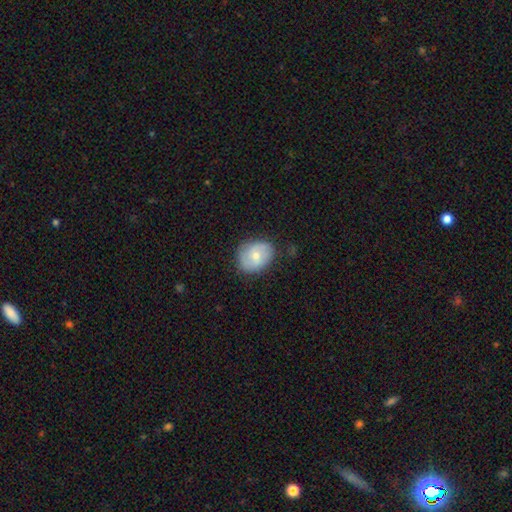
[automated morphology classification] smooth-or-featured: smooth: 60% | featured or disk: 33% | star or artifact: 7%
  how-rounded: round: 50% | in between: 49% | cigar-shaped: 1%
  merging: none: 73% | minor disturbance: 20% | major disturbance: 5% | merger: 1%